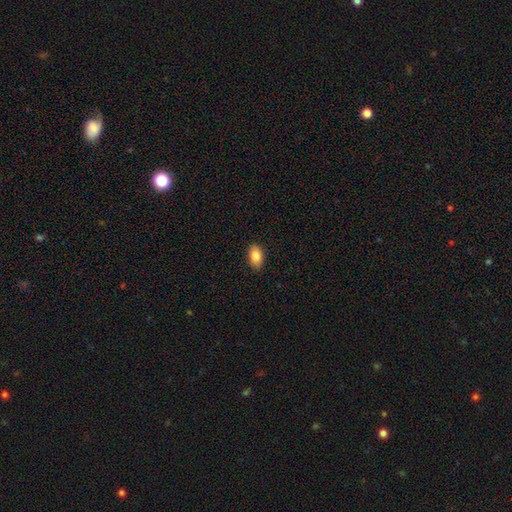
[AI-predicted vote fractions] This appears to be a smooth galaxy with no disk features (85%) that is in between round and cigar-shaped (92%). Merging: none (88%).